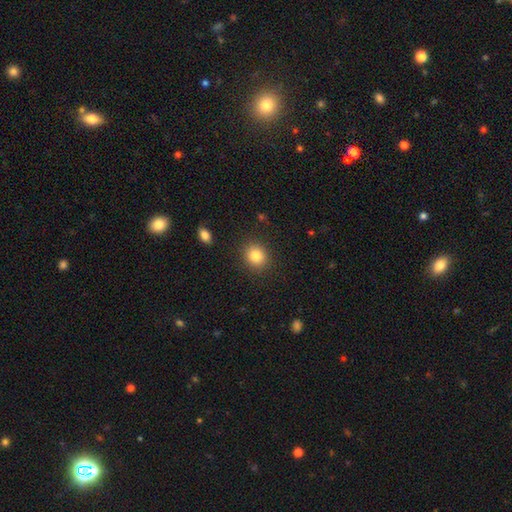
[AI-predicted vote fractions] The model was most divided on "how rounded": round: 72%, in between: 28%, cigar-shaped: 1%. More confident: merging — none (87%); smooth or featured — smooth (85%).